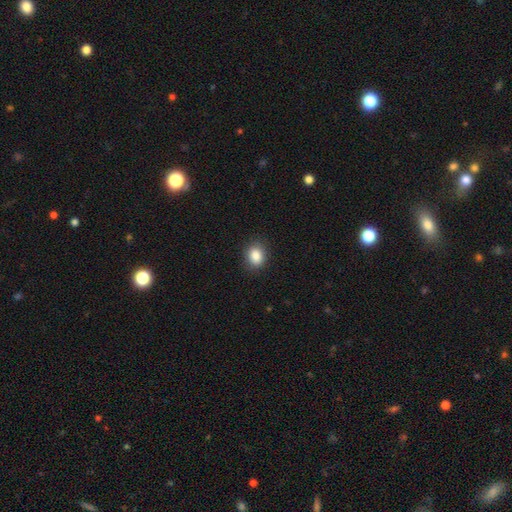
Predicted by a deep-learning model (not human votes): smooth 86%, star or artifact 9%, featured or disk 5%. Down the decision tree: how rounded — in between (55%); merging — none (87%).